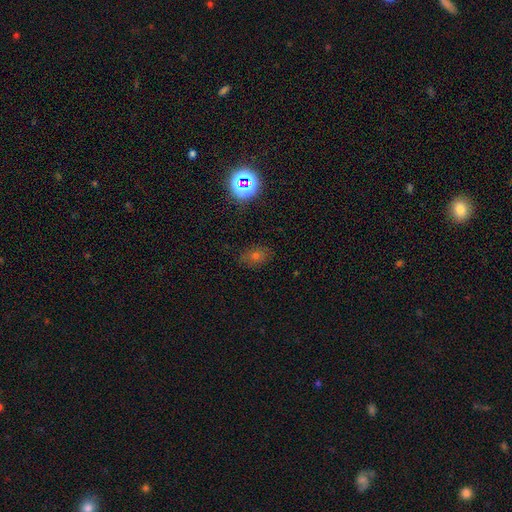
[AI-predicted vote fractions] The model was most divided on "smooth or featured": smooth: 51%, star or artifact: 35%, featured or disk: 14%. More confident: merging — none (82%); how rounded — in between (59%).